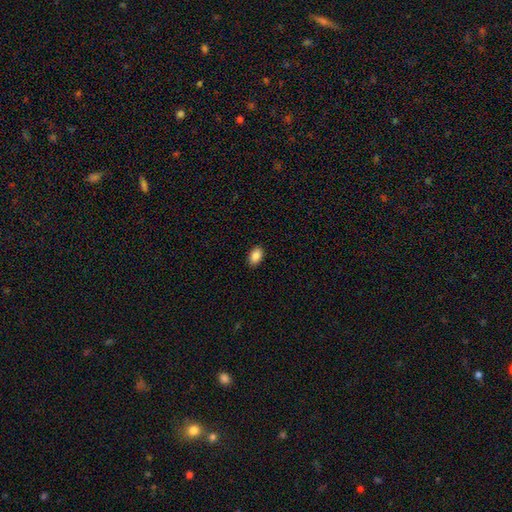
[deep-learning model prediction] Smooth or featured?
  - smooth: 88% *
  - star or artifact: 8%
  - featured or disk: 4%
How rounded?
  - in between: 90% *
  - round: 9%
  - cigar-shaped: 1%
Merging?
  - none: 90% *
  - minor disturbance: 7%
  - major disturbance: 2%
  - merger: 1%